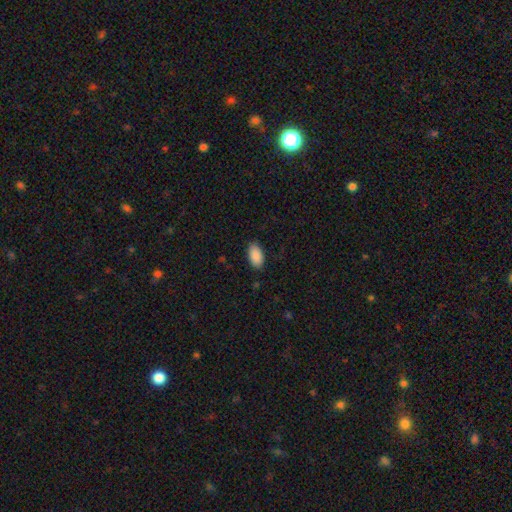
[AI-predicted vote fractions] This is clearly a smooth galaxy (90%). How rounded: clearly in between (95%). Merging: clearly none (87%).